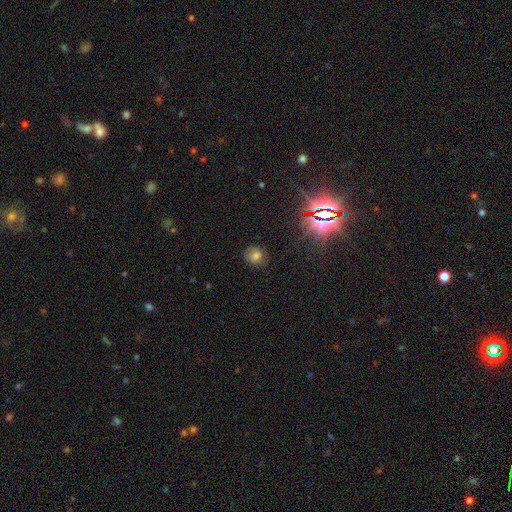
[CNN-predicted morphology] A smooth galaxy with no disk features (68%) that is round (76%).

Vote fractions:
- Smooth or featured? smooth: 68% / star or artifact: 21% / featured or disk: 11%
- How rounded? round: 76% / in between: 23% / cigar-shaped: 1%
- Merging? none: 80% / minor disturbance: 14% / major disturbance: 4% / merger: 1%